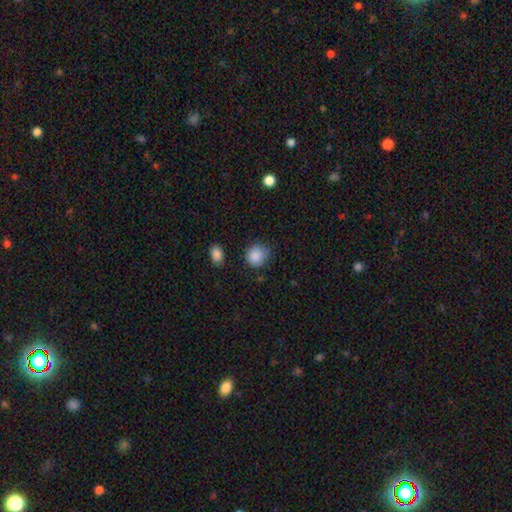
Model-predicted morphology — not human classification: smooth-or-featured: smooth: 88% | star or artifact: 9% | featured or disk: 3%
  how-rounded: round: 84% | in between: 15% | cigar-shaped: 1%
  merging: none: 76% | minor disturbance: 18% | major disturbance: 4% | merger: 2%